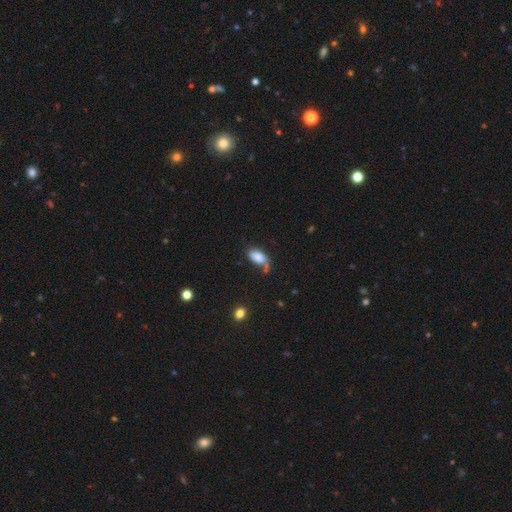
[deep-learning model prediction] smooth-or-featured: smooth: 82% | featured or disk: 10% | star or artifact: 8%
  how-rounded: in between: 92% | cigar-shaped: 5% | round: 3%
  merging: none: 50% | minor disturbance: 26% | merger: 13% | major disturbance: 12%